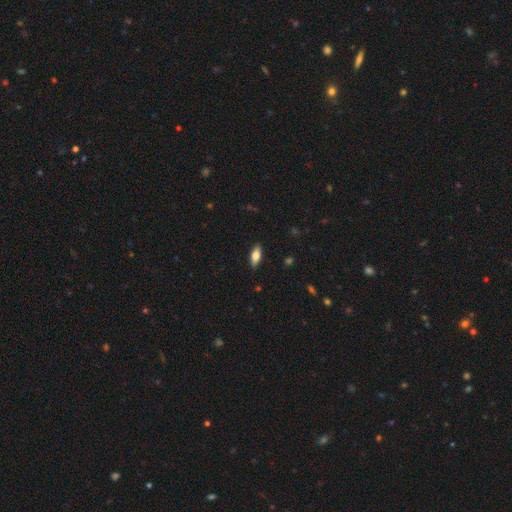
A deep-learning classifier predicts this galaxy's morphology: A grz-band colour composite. It shows a smooth galaxy with no disk features (71%) that is in between round and cigar-shaped (78%). Merging: none (89%).